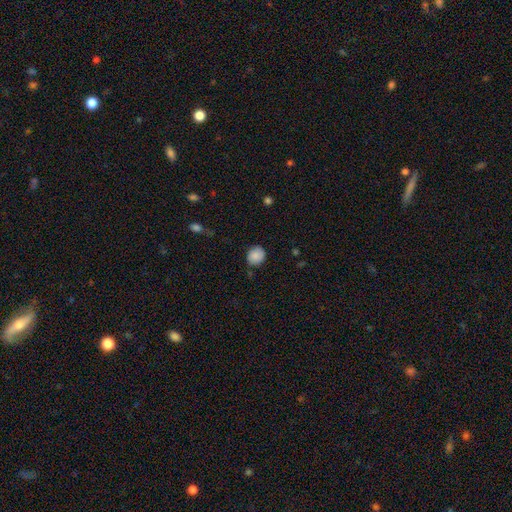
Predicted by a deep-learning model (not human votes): This is clearly a smooth galaxy (86%). How rounded: likely round (79%). Merging: likely none (78%).